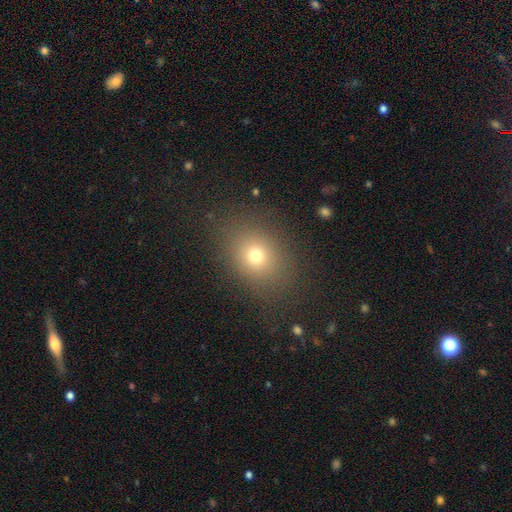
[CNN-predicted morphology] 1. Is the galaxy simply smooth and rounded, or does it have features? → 70% smooth, 18% star or artifact, 12% featured or disk.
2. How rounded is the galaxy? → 52% round, 47% in between, 1% cigar-shaped.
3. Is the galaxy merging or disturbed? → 83% none, 10% minor disturbance, 5% major disturbance, 2% merger.